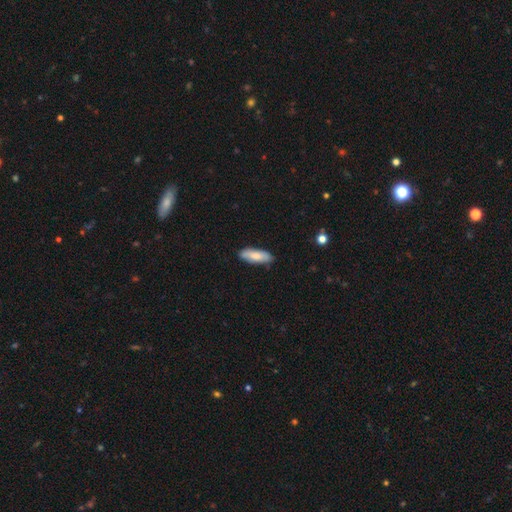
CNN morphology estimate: smooth-or-featured: smooth: 76% | featured or disk: 19% | star or artifact: 6%
  how-rounded: in between: 63% | cigar-shaped: 35% | round: 2%
  merging: none: 82% | minor disturbance: 14% | major disturbance: 2% | merger: 1%